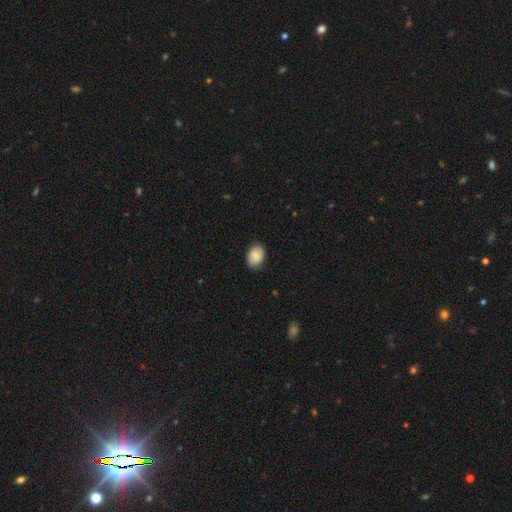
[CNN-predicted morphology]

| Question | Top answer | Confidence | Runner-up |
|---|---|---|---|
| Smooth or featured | smooth | 81% | featured or disk (12%) |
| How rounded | in between | 77% | round (22%) |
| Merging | none | 82% | minor disturbance (14%) |